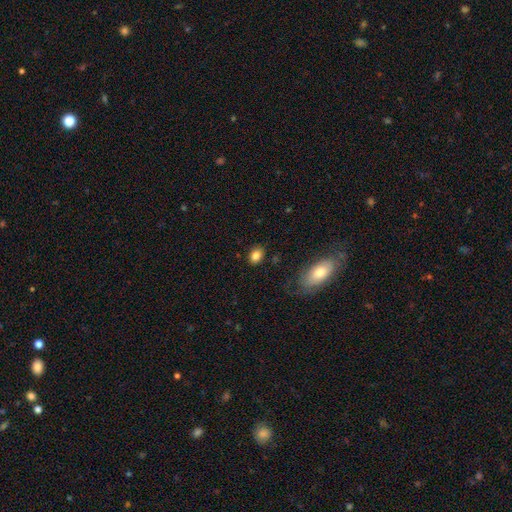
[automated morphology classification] The model was most divided on "how rounded": in between: 71%, round: 28%, cigar-shaped: 1%. More confident: merging — none (85%); smooth or featured — smooth (84%).